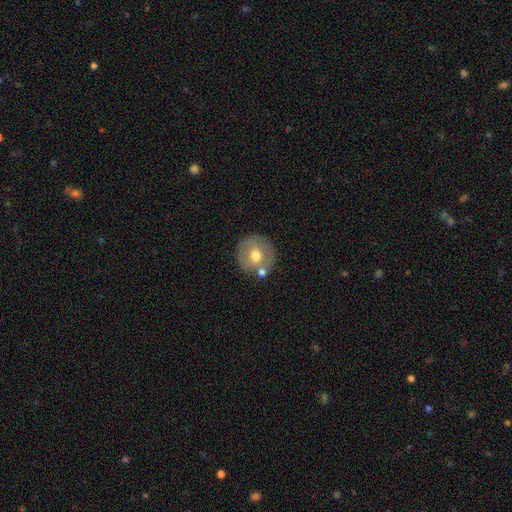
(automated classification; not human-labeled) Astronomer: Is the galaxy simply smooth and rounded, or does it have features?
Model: smooth — 54% (runner-up: featured or disk, 38%).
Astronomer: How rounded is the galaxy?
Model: round — 89%.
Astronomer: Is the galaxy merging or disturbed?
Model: none — 69%.